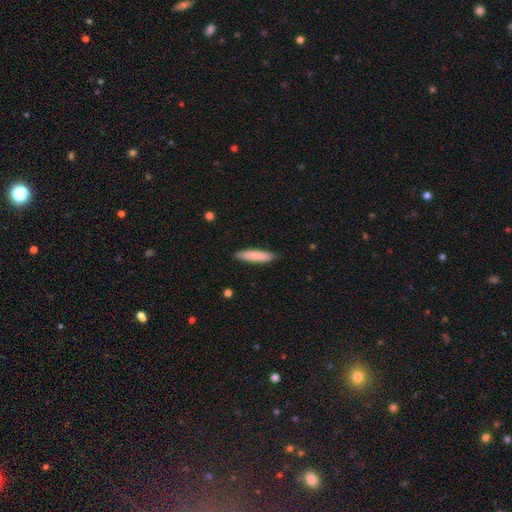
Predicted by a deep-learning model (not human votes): Smooth or featured?
  - smooth: 83% *
  - featured or disk: 11%
  - star or artifact: 6%
How rounded?
  - cigar-shaped: 81% *
  - in between: 18%
  - round: 1%
Merging?
  - none: 88% *
  - minor disturbance: 9%
  - major disturbance: 2%
  - merger: 1%